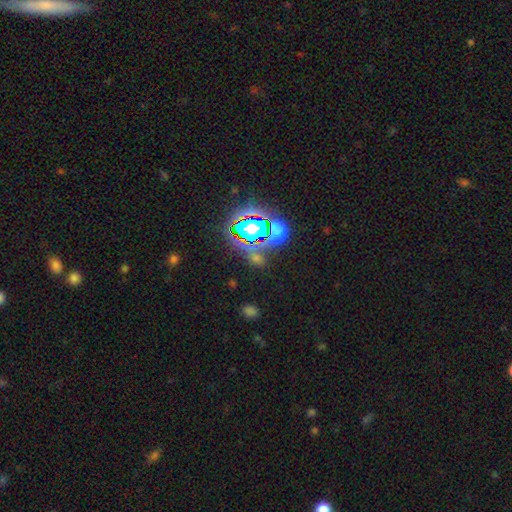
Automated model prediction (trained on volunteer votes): Overall: star or artifact (65%).